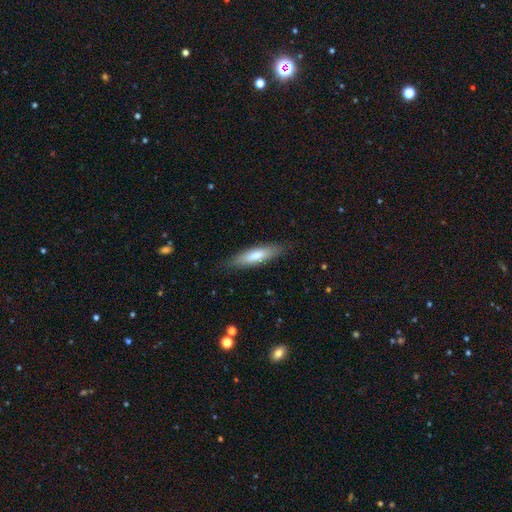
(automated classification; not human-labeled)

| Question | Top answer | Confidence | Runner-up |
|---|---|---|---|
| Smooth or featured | smooth | 74% | featured or disk (21%) |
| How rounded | cigar-shaped | 67% | in between (32%) |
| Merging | none | 84% | minor disturbance (12%) |